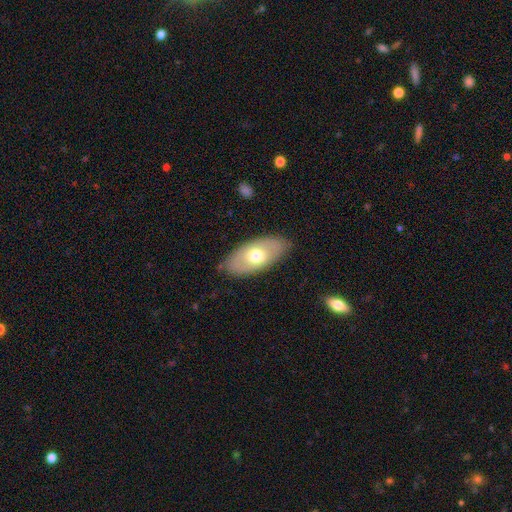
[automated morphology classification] This is possibly a smooth galaxy (59%). How rounded: clearly in between (92%). Merging: clearly none (83%).